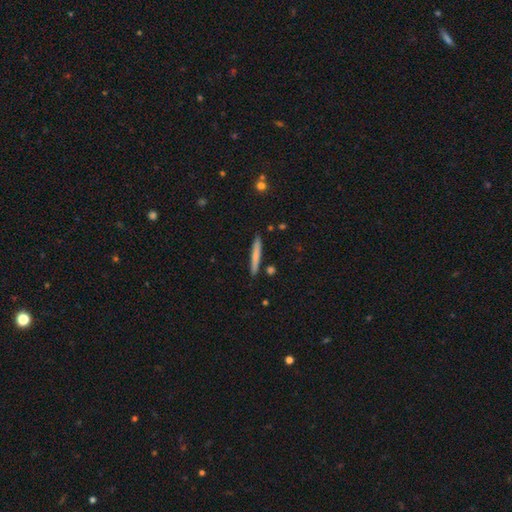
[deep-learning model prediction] This is likely a smooth galaxy (70%). How rounded: clearly cigar-shaped (95%). Merging: clearly none (88%).